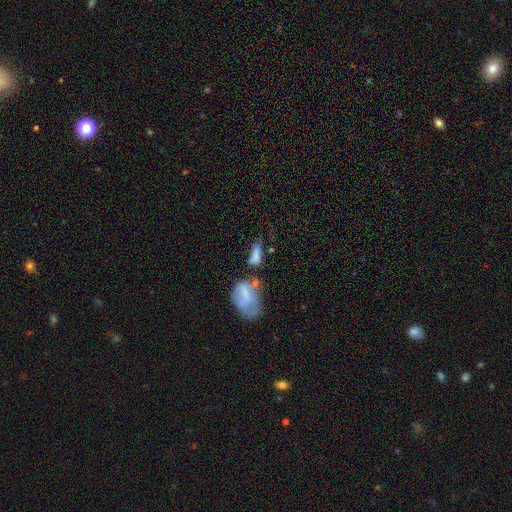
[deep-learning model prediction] smooth-or-featured: smooth: 69% | featured or disk: 21% | star or artifact: 10%
  how-rounded: in between: 76% | cigar-shaped: 19% | round: 5%
  merging: merger: 30% | none: 29% | minor disturbance: 22% | major disturbance: 19%